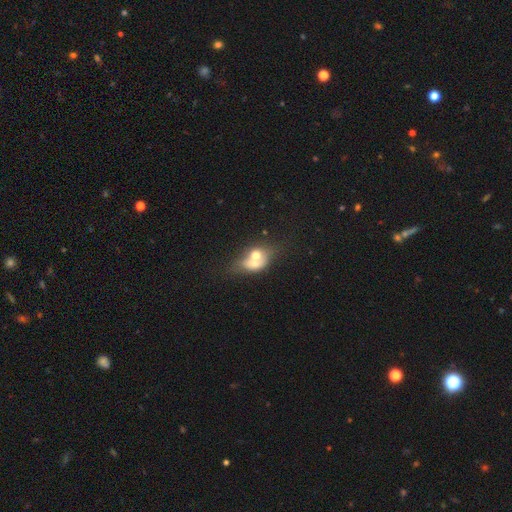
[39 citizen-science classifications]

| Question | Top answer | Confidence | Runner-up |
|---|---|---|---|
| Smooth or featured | smooth | 59% | featured or disk (33%) |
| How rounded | in between | 65% | round (35%) |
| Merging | merger | 81% | none (11%) |